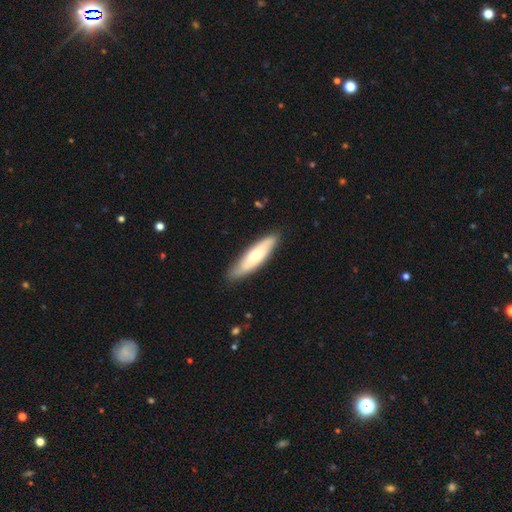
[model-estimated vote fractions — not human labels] Smooth or featured? smooth (57%)
How rounded? cigar-shaped (64%)
Merging? none (84%)